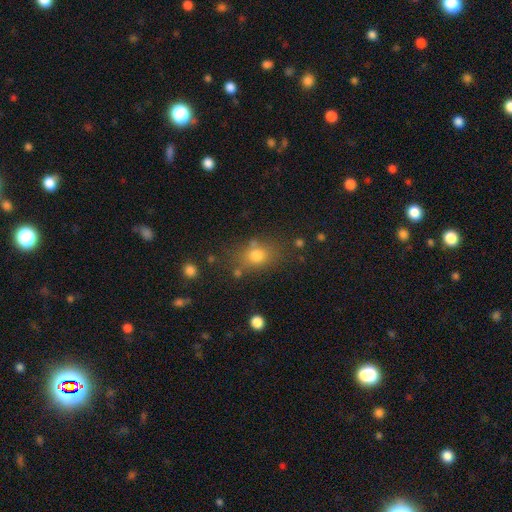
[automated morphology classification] type=smooth (76%); roundness=in between (57%); merging=none (69%).